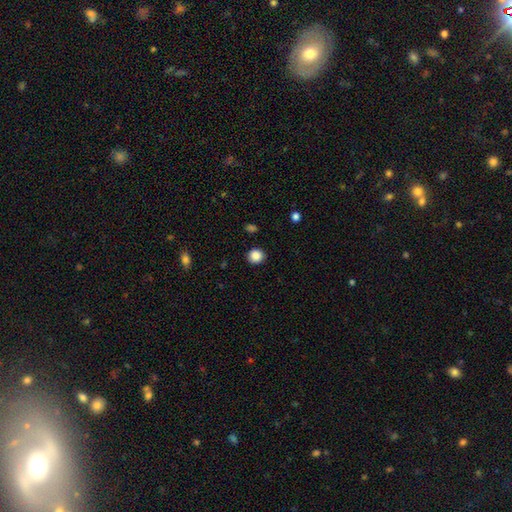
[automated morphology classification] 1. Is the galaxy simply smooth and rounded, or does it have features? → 87% smooth, 10% star or artifact, 3% featured or disk.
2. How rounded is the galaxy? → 88% round, 11% in between, 1% cigar-shaped.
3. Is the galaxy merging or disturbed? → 90% none, 6% minor disturbance, 2% major disturbance, 1% merger.